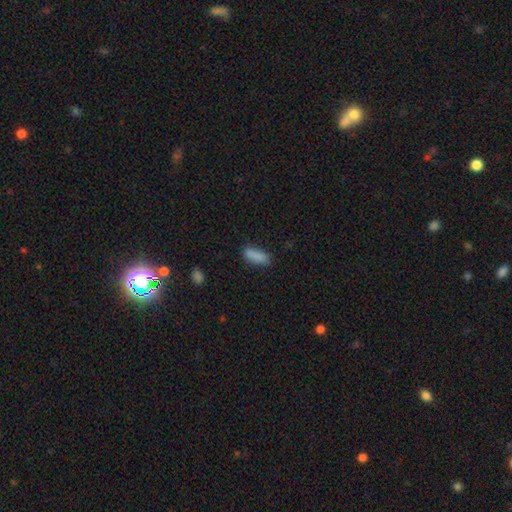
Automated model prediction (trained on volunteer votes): The model was most divided on "how rounded": in between: 67%, cigar-shaped: 30%, round: 2%. More confident: smooth or featured — smooth (87%); merging — none (79%).